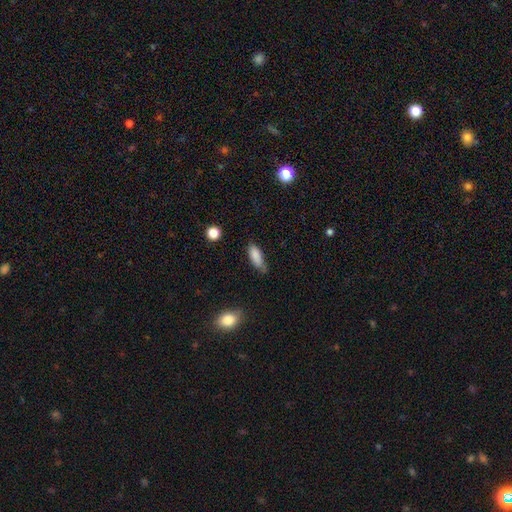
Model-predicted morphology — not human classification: Smooth or featured?
  - smooth: 85% *
  - featured or disk: 8%
  - star or artifact: 8%
How rounded?
  - in between: 74% *
  - cigar-shaped: 23%
  - round: 2%
Merging?
  - none: 59% *
  - minor disturbance: 32%
  - major disturbance: 6%
  - merger: 3%